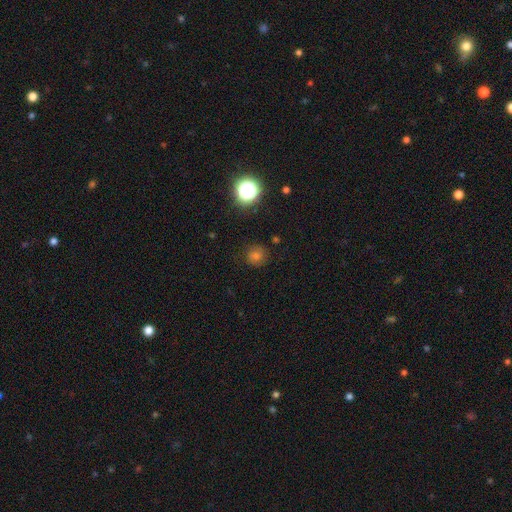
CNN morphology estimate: A smooth galaxy with no disk features (63%) that is round (90%).

Vote fractions:
- Smooth or featured? smooth: 63% / star or artifact: 25% / featured or disk: 12%
- How rounded? round: 90% / in between: 9% / cigar-shaped: 1%
- Merging? none: 84% / minor disturbance: 10% / major disturbance: 3% / merger: 2%